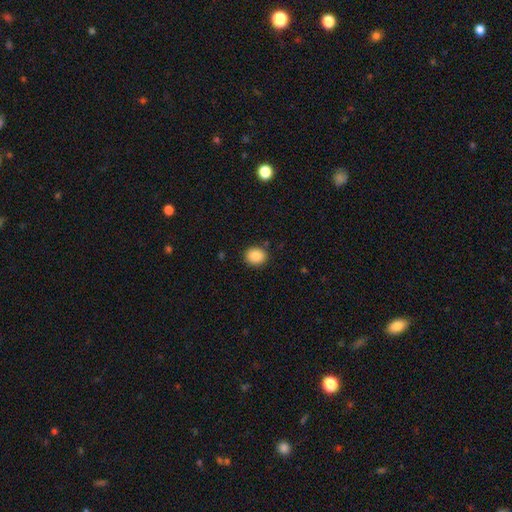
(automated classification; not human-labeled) The model was most divided on "how rounded": round: 75%, in between: 24%, cigar-shaped: 1%. More confident: merging — none (88%); smooth or featured — smooth (88%).